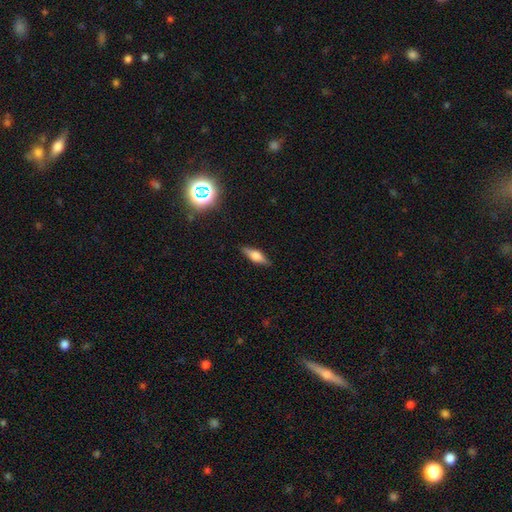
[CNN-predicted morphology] The model was most divided on "smooth or featured": featured or disk: 51%, smooth: 41%, star or artifact: 9%. More confident: edge-on disk — yes (94%); merging — none (86%).